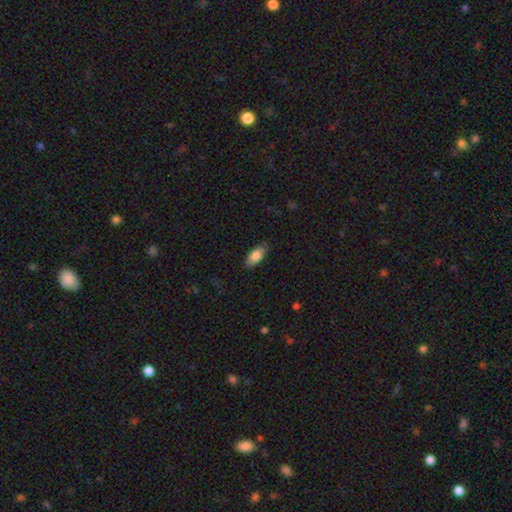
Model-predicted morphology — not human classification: Smooth or featured?
  - smooth: 81% *
  - featured or disk: 12%
  - star or artifact: 7%
How rounded?
  - in between: 87% *
  - cigar-shaped: 11%
  - round: 2%
Merging?
  - none: 85% *
  - minor disturbance: 12%
  - major disturbance: 2%
  - merger: 1%